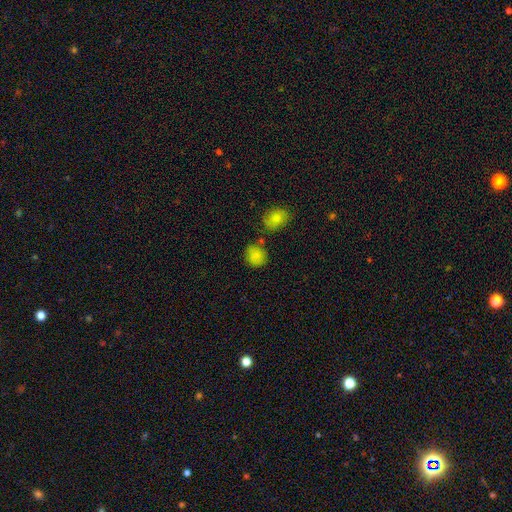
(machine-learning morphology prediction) The model was most divided on "merging": none: 69%, minor disturbance: 15%, merger: 12%, major disturbance: 4%. More confident: smooth or featured — smooth (84%); how rounded — round (78%).